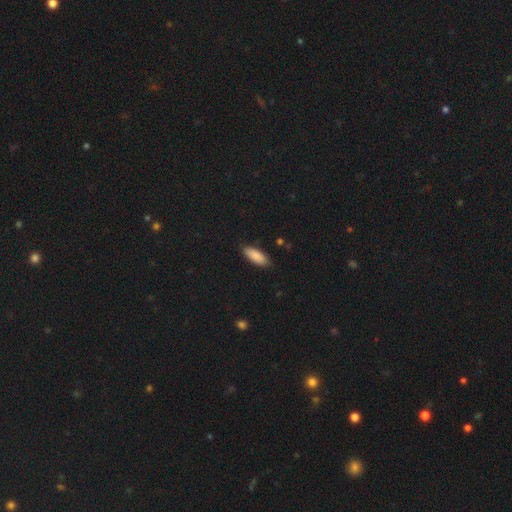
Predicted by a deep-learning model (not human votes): Smooth or featured? Predicted: smooth (p=0.88). How rounded? Predicted: in between (p=0.74). Merging? Predicted: none (p=0.85).